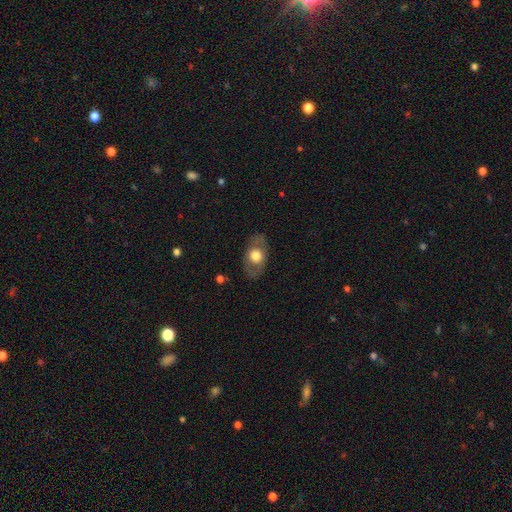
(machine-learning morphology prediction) Q: Smooth or featured?
A: smooth (56%); runner-up: featured or disk (37%)
Q: How rounded?
A: in between (79%); runner-up: round (19%)
Q: Merging?
A: none (81%); runner-up: minor disturbance (13%)